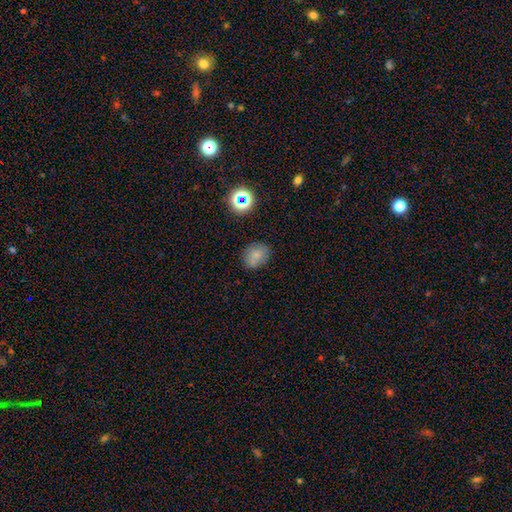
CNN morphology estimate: A smooth galaxy with no disk features (75%) that is round (54%).

Vote fractions:
- Smooth or featured? smooth: 75% / star or artifact: 14% / featured or disk: 11%
- How rounded? round: 54% / in between: 45% / cigar-shaped: 1%
- Merging? none: 71% / minor disturbance: 16% / merger: 9% / major disturbance: 4%